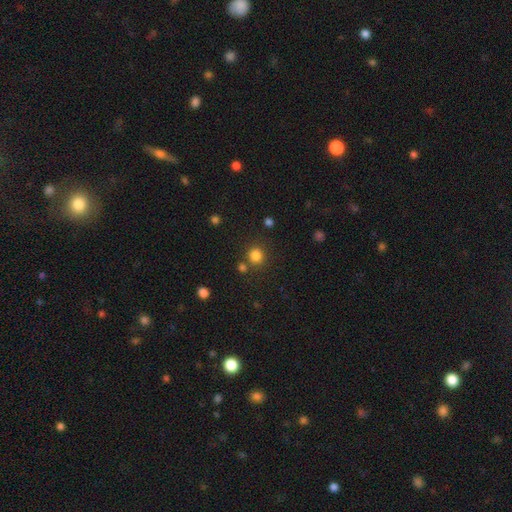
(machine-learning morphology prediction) smooth 82%, star or artifact 13%, featured or disk 5%. Down the decision tree: how rounded — round (92%); merging — none (78%).